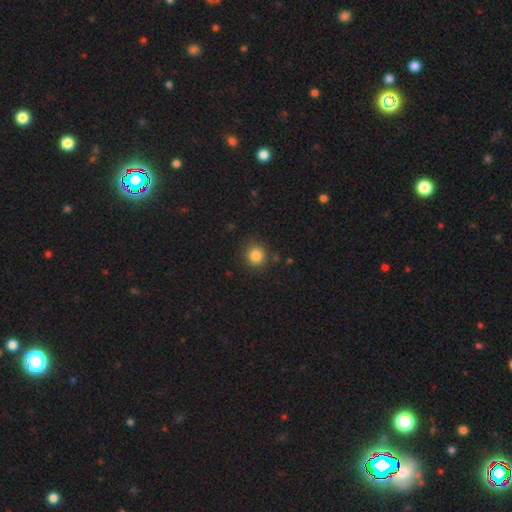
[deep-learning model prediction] Morphology: type=smooth (84%); roundness=round (89%); merging=none (86%).